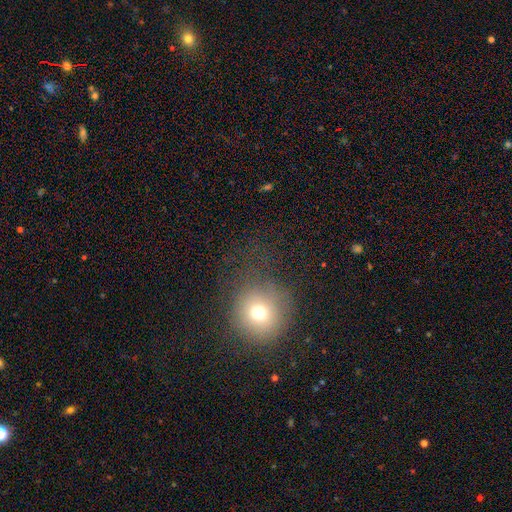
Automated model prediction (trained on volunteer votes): Smooth or featured?
  - smooth: 62% *
  - star or artifact: 26%
  - featured or disk: 12%
How rounded?
  - round: 89% *
  - in between: 10%
  - cigar-shaped: 1%
Merging?
  - none: 68% *
  - minor disturbance: 18%
  - major disturbance: 12%
  - merger: 2%